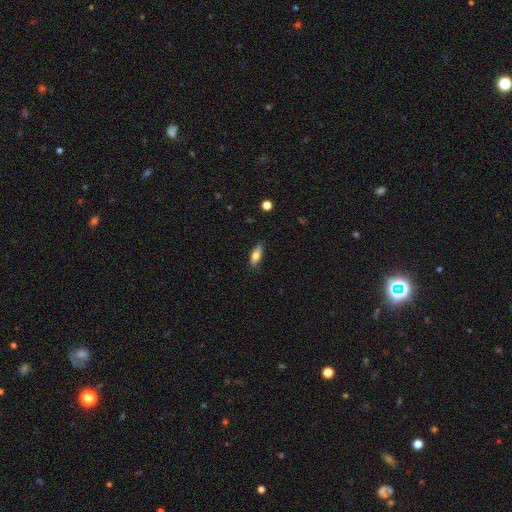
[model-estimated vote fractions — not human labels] This is likely a smooth galaxy (76%). How rounded: likely in between (72%). Merging: clearly none (80%).